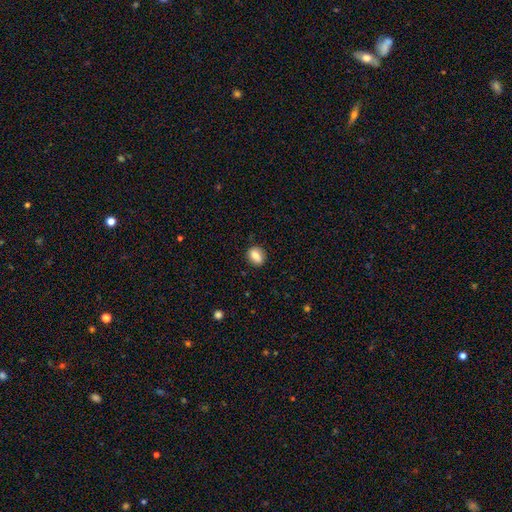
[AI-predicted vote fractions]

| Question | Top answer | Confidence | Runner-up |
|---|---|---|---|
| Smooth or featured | smooth | 81% | featured or disk (11%) |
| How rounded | in between | 61% | round (37%) |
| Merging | none | 85% | minor disturbance (11%) |